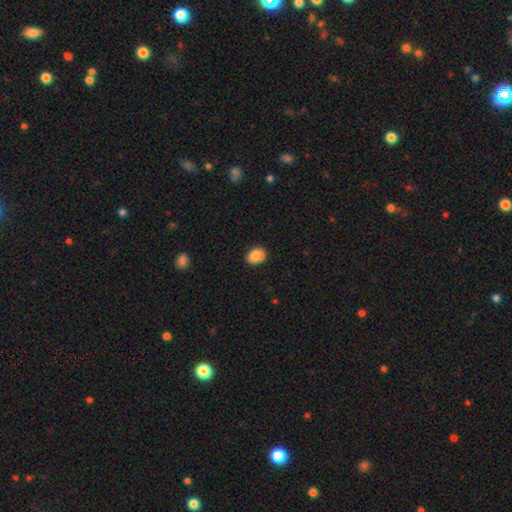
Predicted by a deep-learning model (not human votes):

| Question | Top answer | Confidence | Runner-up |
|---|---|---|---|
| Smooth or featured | smooth | 79% | featured or disk (12%) |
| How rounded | in between | 58% | round (42%) |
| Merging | none | 65% | minor disturbance (19%) |